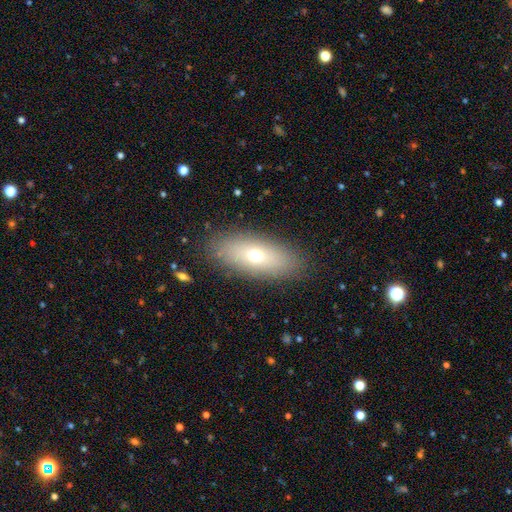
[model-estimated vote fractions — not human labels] Q: Smooth or featured?
A: smooth (64%); runner-up: featured or disk (25%)
Q: How rounded?
A: in between (77%); runner-up: cigar-shaped (16%)
Q: Merging?
A: none (86%); runner-up: minor disturbance (9%)